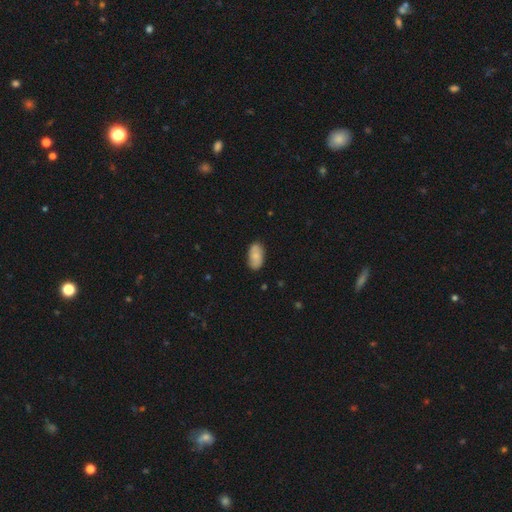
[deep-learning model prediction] This is clearly a smooth galaxy (80%). How rounded: clearly in between (94%). Merging: clearly none (84%).